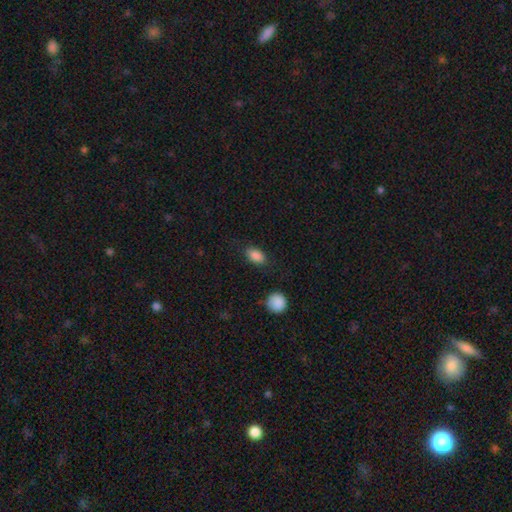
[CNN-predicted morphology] This is clearly a smooth galaxy (87%). How rounded: clearly in between (87%). Merging: clearly none (81%).